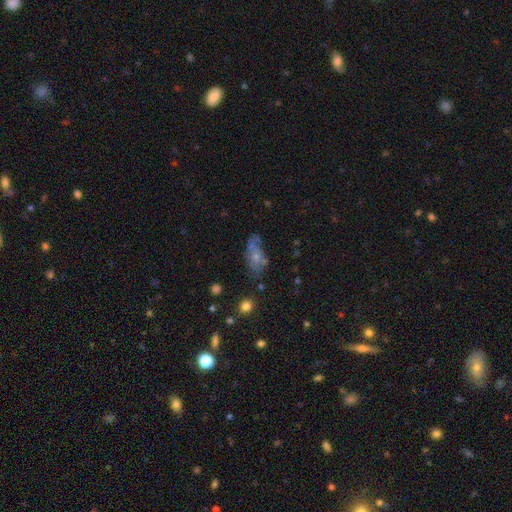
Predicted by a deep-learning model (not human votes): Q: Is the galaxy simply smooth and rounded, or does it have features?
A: smooth — 46%.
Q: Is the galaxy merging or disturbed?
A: none — 46%.